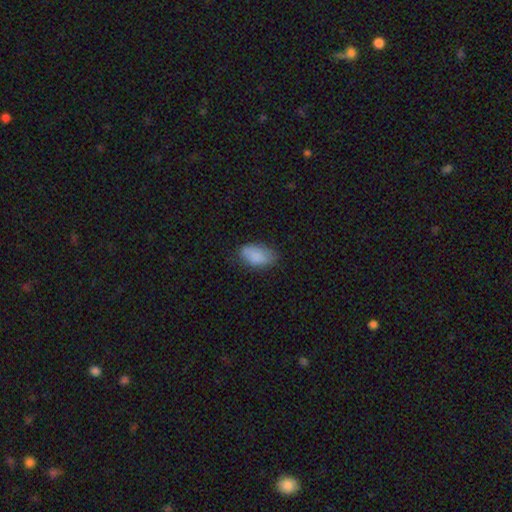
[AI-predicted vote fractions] Overall: smooth (84%). How rounded: in between (93%). Merging: none (68%).